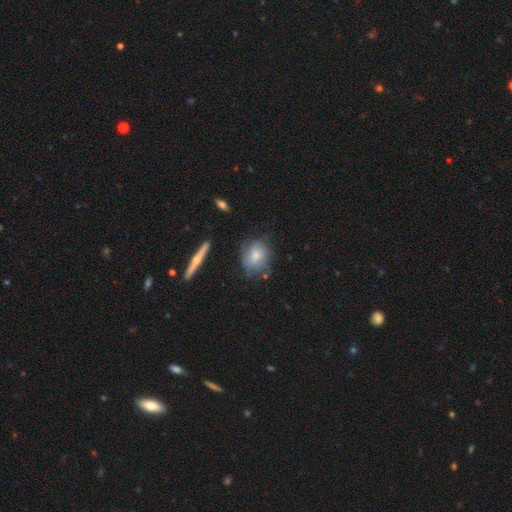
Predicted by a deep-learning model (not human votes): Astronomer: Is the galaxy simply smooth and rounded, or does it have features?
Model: smooth — 62%.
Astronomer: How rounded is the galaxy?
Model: round — 56% (runner-up: in between, 41%).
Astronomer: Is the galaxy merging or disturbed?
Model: none — 65%.